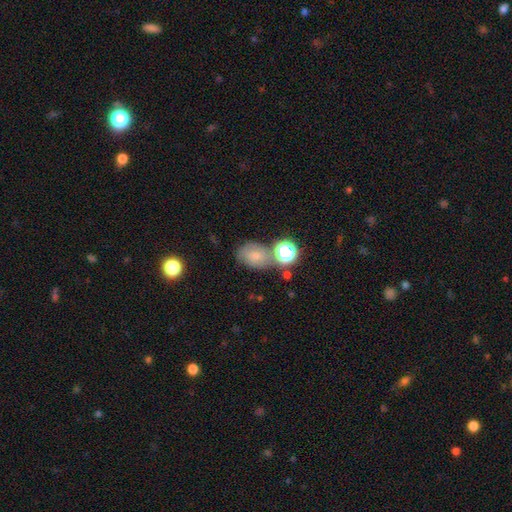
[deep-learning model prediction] Smooth or featured: smooth — 61% (featured or disk — 21%)
How rounded: in between — 59% (round — 40%)
Merging: none — 54% (minor disturbance — 20%)